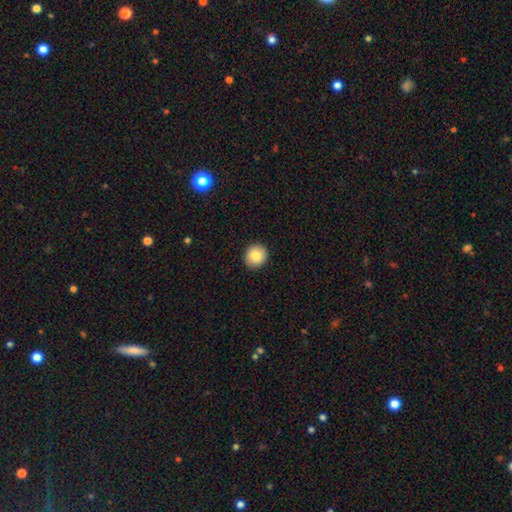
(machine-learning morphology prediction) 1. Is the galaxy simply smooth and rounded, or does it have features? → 85% smooth, 8% star or artifact, 7% featured or disk.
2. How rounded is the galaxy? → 87% round, 12% in between, 1% cigar-shaped.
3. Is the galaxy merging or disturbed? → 92% none, 6% minor disturbance, 2% major disturbance, 1% merger.